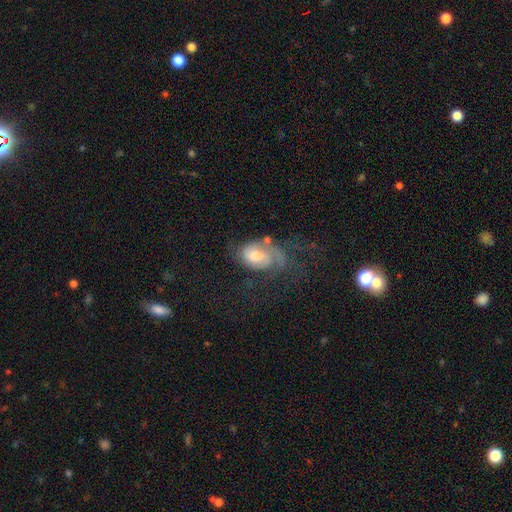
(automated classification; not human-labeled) Morphology: type=featured or disk (66%); edge-on=no (96%); bar=no (62%); spiral arms=yes (87%); winding=tight (39%); arm count=2 (38%); bulge=moderate (62%); merging=none (38%).